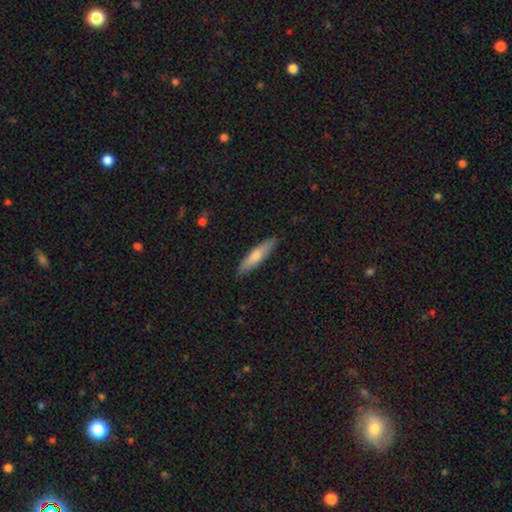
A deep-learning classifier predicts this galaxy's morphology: This appears to be a smooth galaxy with no disk features (63%) that is cigar-shaped (80%). Merging: none (88%).